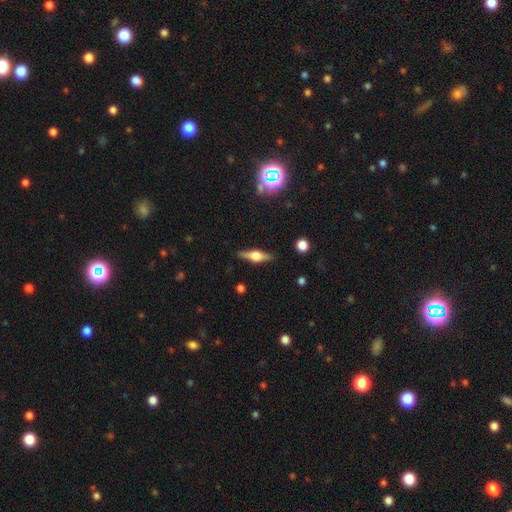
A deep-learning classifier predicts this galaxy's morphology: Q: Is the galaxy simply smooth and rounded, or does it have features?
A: featured or disk — 70%.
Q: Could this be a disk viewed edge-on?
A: yes — 97%.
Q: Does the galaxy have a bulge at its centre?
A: rounded — 89%.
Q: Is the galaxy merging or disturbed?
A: none — 87%.